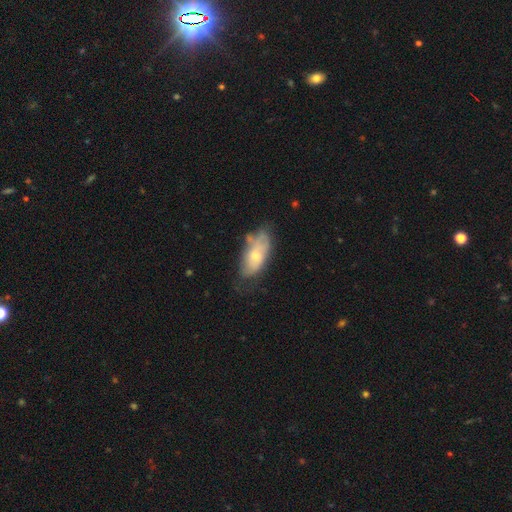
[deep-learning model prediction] The model was most divided on "smooth or featured": smooth: 51%, featured or disk: 43%, star or artifact: 7%. Remaining: how rounded — in between (90%); merging — none (47%).